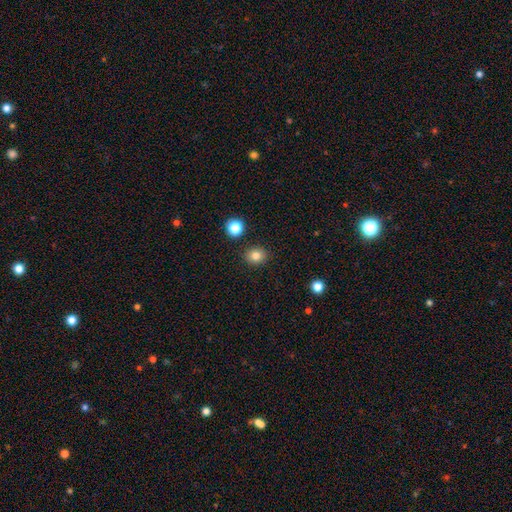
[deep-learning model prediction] A smooth galaxy with no disk features (81%) that is round (70%).

Vote fractions:
- Smooth or featured? smooth: 81% / star or artifact: 12% / featured or disk: 6%
- How rounded? round: 70% / in between: 29% / cigar-shaped: 1%
- Merging? none: 88% / minor disturbance: 7% / merger: 3% / major disturbance: 2%